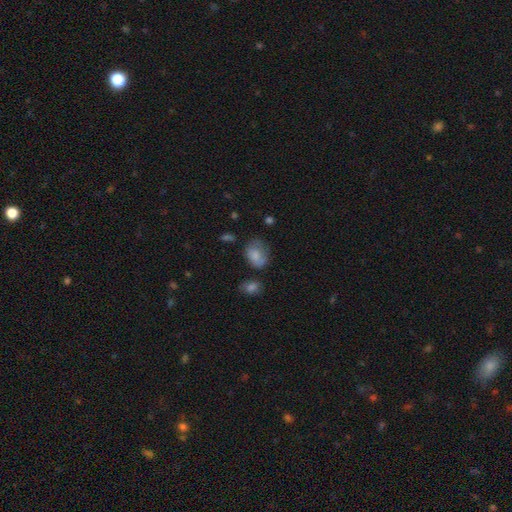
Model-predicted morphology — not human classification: A smooth galaxy with no disk features (76%) that is in between round and cigar-shaped (68%).

Vote fractions:
- Smooth or featured? smooth: 76% / featured or disk: 15% / star or artifact: 9%
- How rounded? in between: 68% / round: 31% / cigar-shaped: 1%
- Merging? none: 46% / minor disturbance: 33% / major disturbance: 15% / merger: 6%